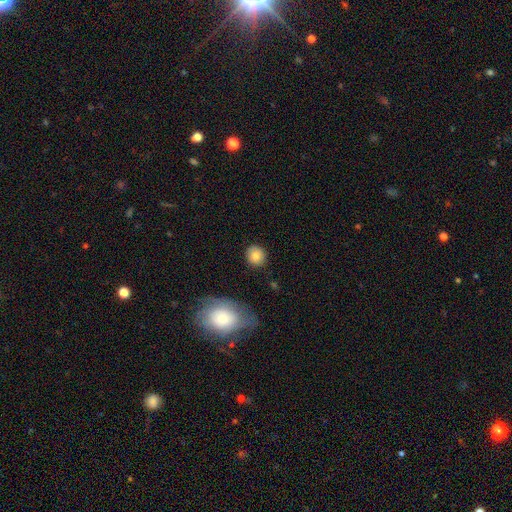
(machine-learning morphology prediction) smooth_or_featured: smooth (p=0.83) [alt: star or artifact p=0.09]
how_rounded: round (p=0.85) [alt: in between p=0.14]
merging: none (p=0.88) [alt: minor disturbance p=0.08]